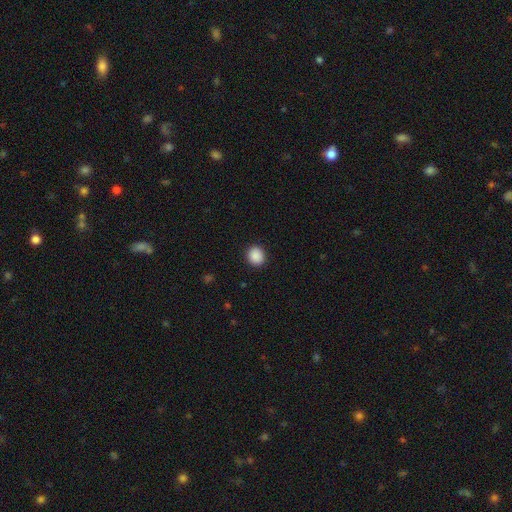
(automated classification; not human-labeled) A smooth galaxy with no disk features (89%) that is round (76%).

Vote fractions:
- Smooth or featured? smooth: 89% / star or artifact: 8% / featured or disk: 2%
- How rounded? round: 76% / in between: 23% / cigar-shaped: 1%
- Merging? none: 91% / minor disturbance: 6% / major disturbance: 2% / merger: 1%